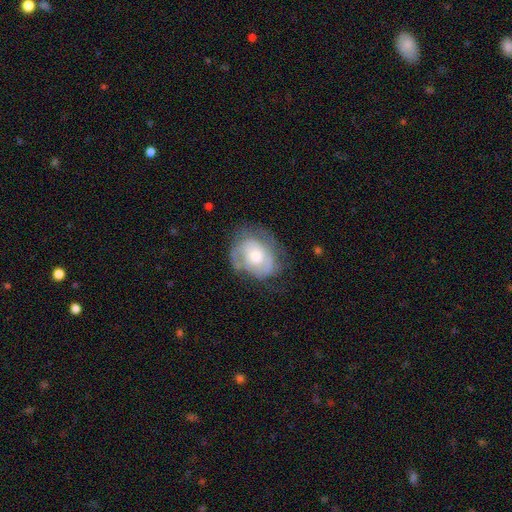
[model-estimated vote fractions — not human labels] Overall: featured or disk (67%). Edge-on disk: no (97%). Bar: no (78%). Spiral arms: yes (80%). Spiral arm count: 2 (46%; can't tell 32%). Spiral winding: tight (52%; medium 35%). Bulge size: moderate (55%; small 23%). Merging: none (59%; minor disturbance 24%).